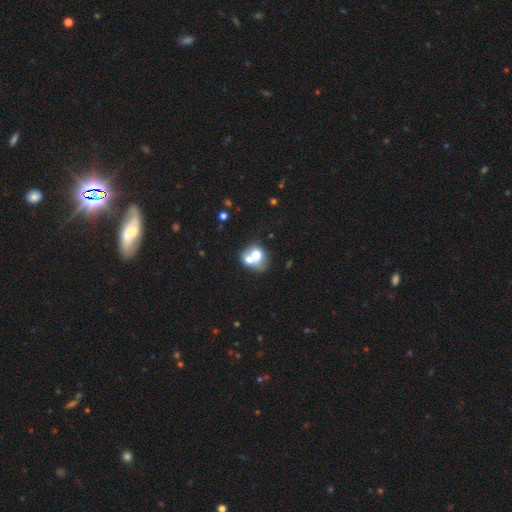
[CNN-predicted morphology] Overall: smooth (65%; featured or disk 25%). How rounded: round (66%; in between 33%). Merging: merger (63%; none 25%).